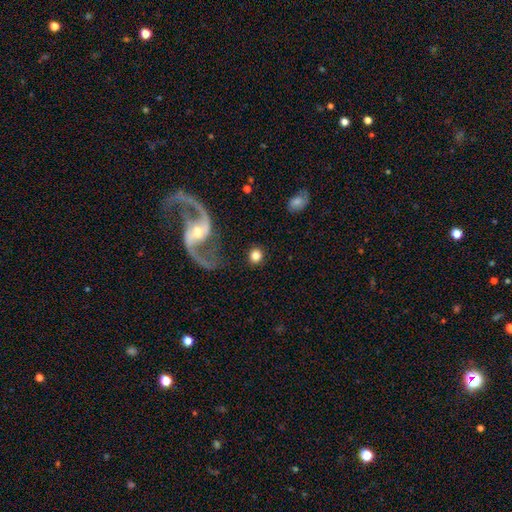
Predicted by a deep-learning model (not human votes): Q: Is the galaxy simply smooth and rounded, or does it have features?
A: smooth — 72%.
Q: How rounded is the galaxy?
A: round — 87%.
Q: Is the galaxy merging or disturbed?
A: none — 85%.